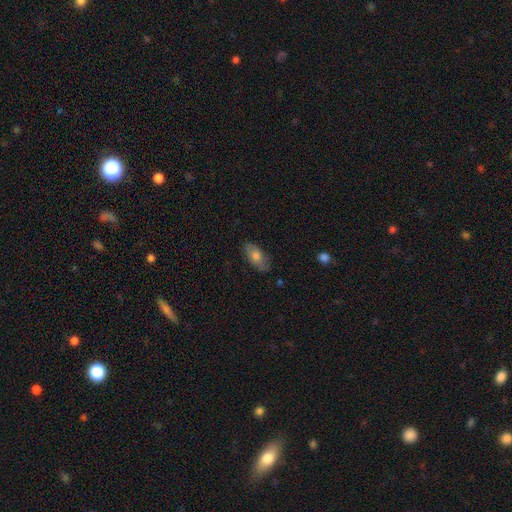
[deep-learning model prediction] Smooth or featured: smooth — 67% (featured or disk — 26%)
How rounded: in between — 88% (cigar-shaped — 8%)
Merging: none — 81% (minor disturbance — 15%)